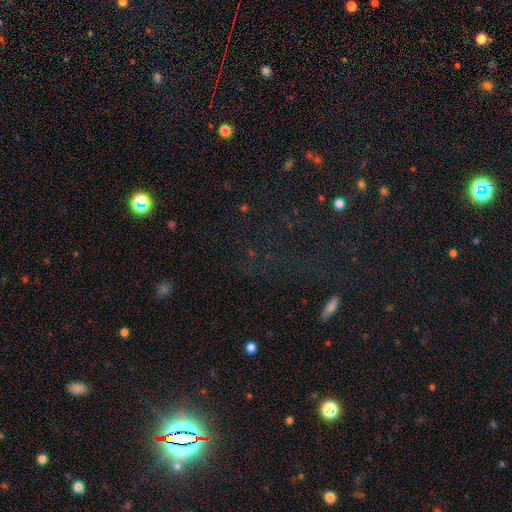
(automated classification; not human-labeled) Smooth or featured? star or artifact (69%)